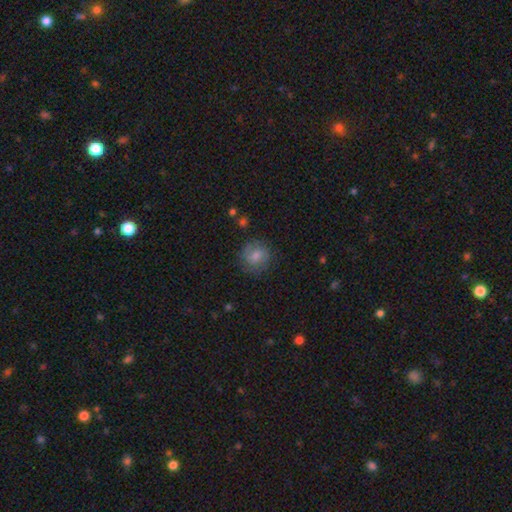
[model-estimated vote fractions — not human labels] A smooth galaxy with no disk features (74%) that is round (86%). Merging: none (77%).